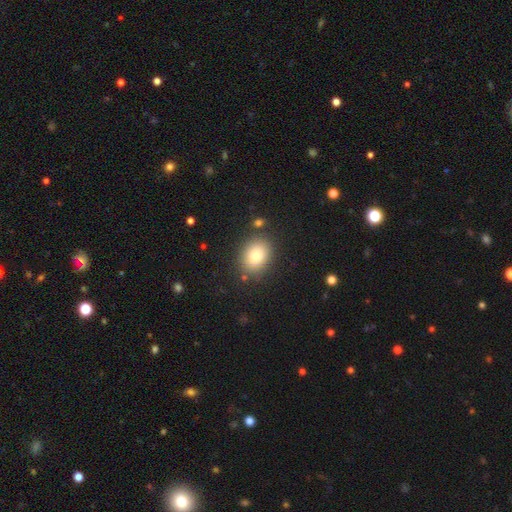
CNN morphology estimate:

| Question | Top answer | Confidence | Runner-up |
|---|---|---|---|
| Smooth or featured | smooth | 80% | featured or disk (11%) |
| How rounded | in between | 54% | round (46%) |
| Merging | none | 84% | minor disturbance (10%) |